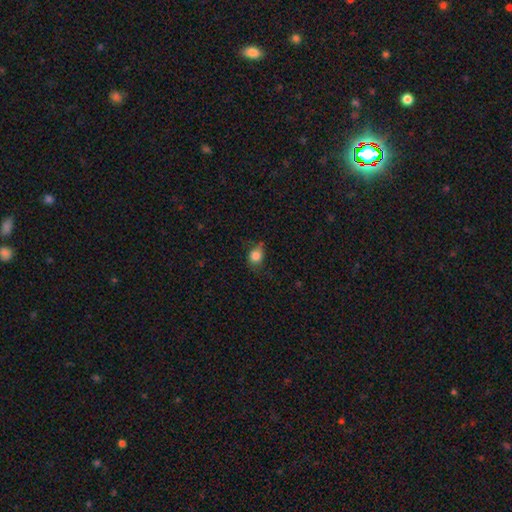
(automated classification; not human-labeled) Overall: smooth (82%). How rounded: round (57%; in between 41%). Merging: none (52%; minor disturbance 33%).